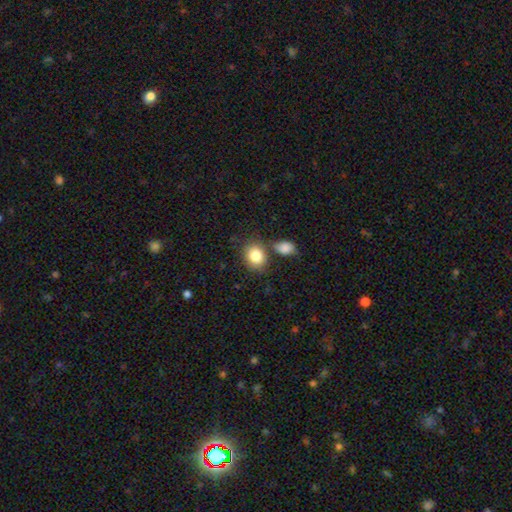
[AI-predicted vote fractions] Smooth or featured? smooth (84%)
How rounded? round (56%)
Merging? none (69%)